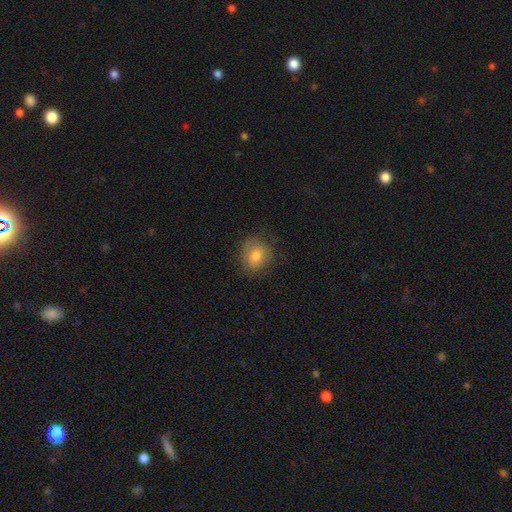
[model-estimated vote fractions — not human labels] This is likely a smooth galaxy (77%). How rounded: likely round (69%). Merging: likely none (76%).